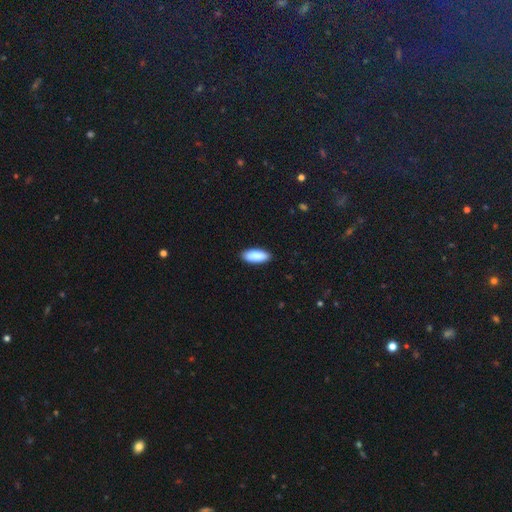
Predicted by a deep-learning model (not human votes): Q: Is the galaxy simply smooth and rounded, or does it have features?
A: smooth — 90%.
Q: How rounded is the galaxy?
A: in between — 79%.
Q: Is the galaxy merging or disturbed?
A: none — 89%.